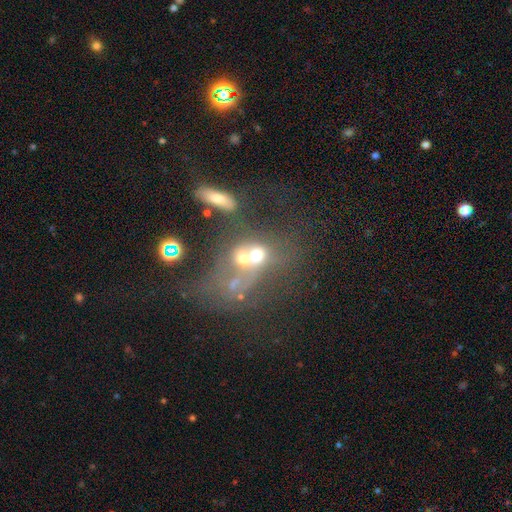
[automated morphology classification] Overall: smooth (48%; featured or disk 33%). Merging: merger (63%).